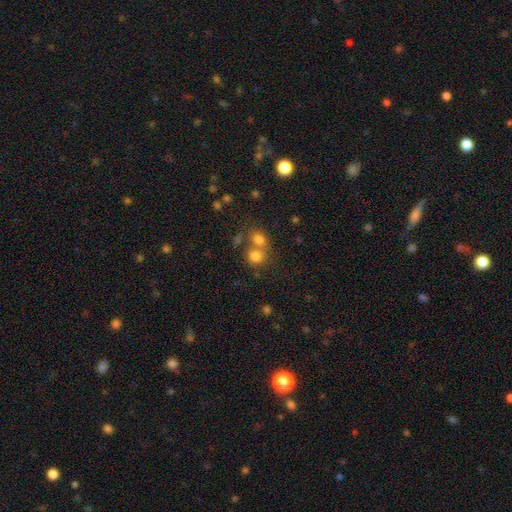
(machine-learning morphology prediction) A smooth galaxy with no disk features (78%) that is round (77%).

Vote fractions:
- Smooth or featured? smooth: 78% / star or artifact: 13% / featured or disk: 9%
- How rounded? round: 77% / in between: 22% / cigar-shaped: 1%
- Merging? merger: 47% / none: 42% / minor disturbance: 7% / major disturbance: 4%